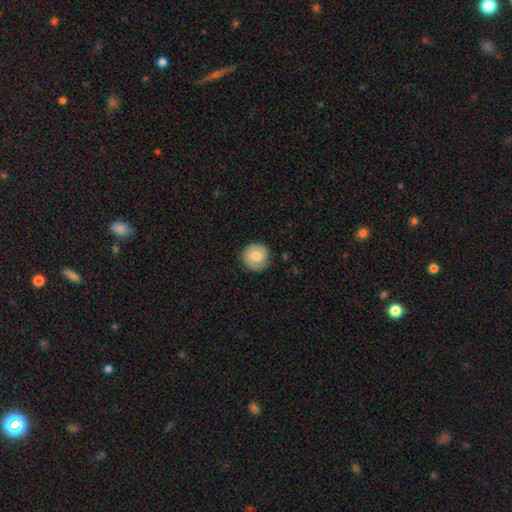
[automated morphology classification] smooth-or-featured: smooth: 73% | featured or disk: 20% | star or artifact: 7%
  how-rounded: round: 92% | in between: 7% | cigar-shaped: 1%
  merging: none: 80% | minor disturbance: 16% | major disturbance: 3% | merger: 1%